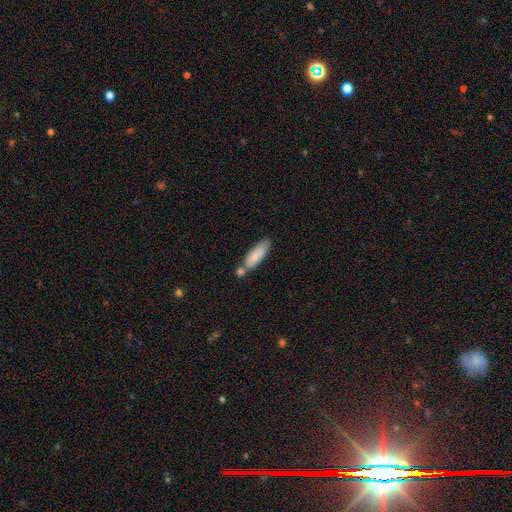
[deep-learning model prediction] A smooth galaxy with no disk features (83%) that is cigar-shaped (52%). Merging: none (52%).